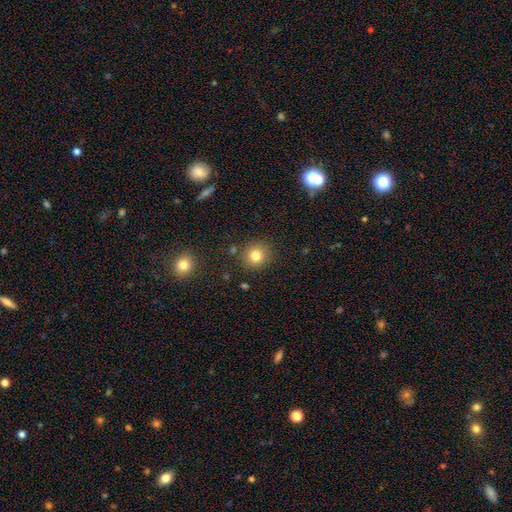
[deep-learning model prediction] This appears to be a smooth galaxy with no disk features (80%) that is round (89%). Merging: none (86%).